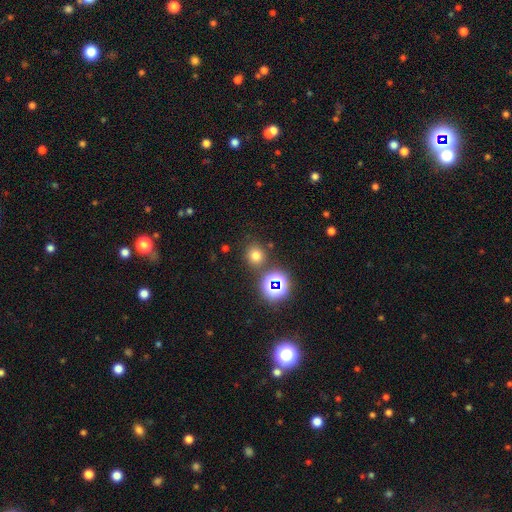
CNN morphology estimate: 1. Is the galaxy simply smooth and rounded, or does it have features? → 69% smooth, 24% star or artifact, 7% featured or disk.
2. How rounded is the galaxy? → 88% round, 11% in between, 1% cigar-shaped.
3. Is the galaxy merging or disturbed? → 81% none, 9% minor disturbance, 7% merger, 3% major disturbance.